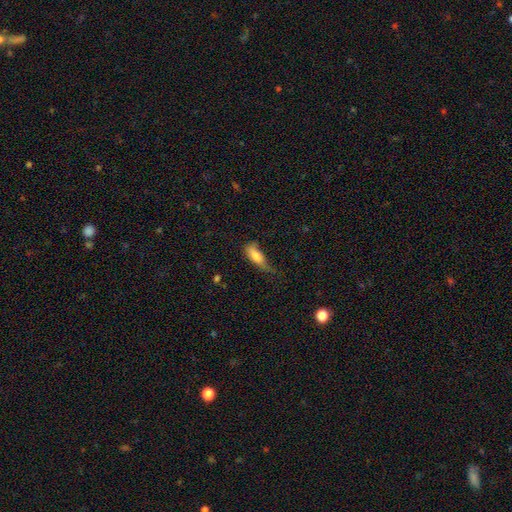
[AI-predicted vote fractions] Smooth or featured?
  - smooth: 79% *
  - featured or disk: 13%
  - star or artifact: 8%
How rounded?
  - in between: 72% *
  - cigar-shaped: 25%
  - round: 3%
Merging?
  - minor disturbance: 40% *
  - none: 33%
  - major disturbance: 24%
  - merger: 3%